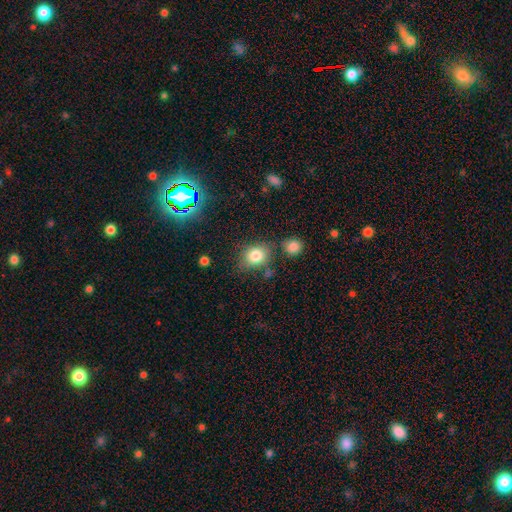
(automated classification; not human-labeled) A smooth galaxy with no disk features (81%) that is round (56%).

Vote fractions:
- Smooth or featured? smooth: 81% / star or artifact: 11% / featured or disk: 8%
- How rounded? round: 56% / in between: 43% / cigar-shaped: 1%
- Merging? none: 69% / minor disturbance: 16% / merger: 9% / major disturbance: 5%